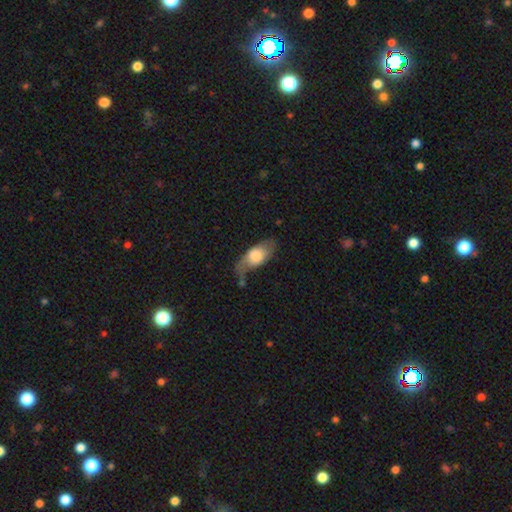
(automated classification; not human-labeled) smooth 69%, featured or disk 25%, star or artifact 6%. Down the decision tree: how rounded — in between (88%); merging — none (37%).